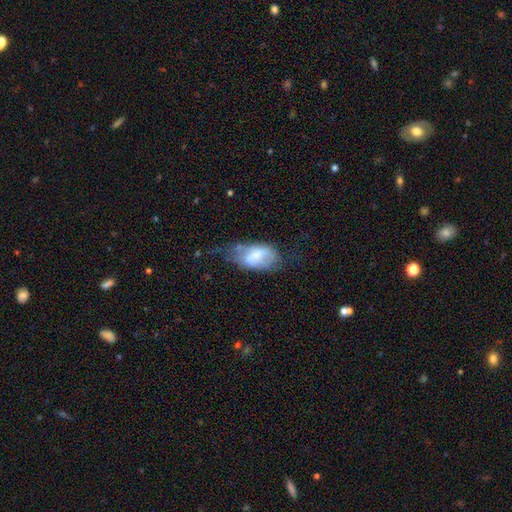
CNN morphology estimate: smooth_or_featured: smooth (p=0.54) [alt: featured or disk p=0.38]
how_rounded: in between (p=0.92) [alt: round p=0.06]
merging: minor disturbance (p=0.35) [alt: none p=0.32]